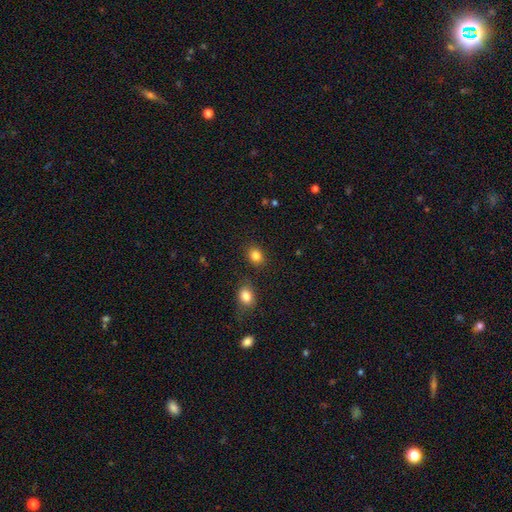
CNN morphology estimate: A smooth galaxy with no disk features (84%) that is round (51%).

Vote fractions:
- Smooth or featured? smooth: 84% / star or artifact: 11% / featured or disk: 5%
- How rounded? round: 51% / in between: 48% / cigar-shaped: 1%
- Merging? none: 84% / minor disturbance: 9% / merger: 4% / major disturbance: 3%